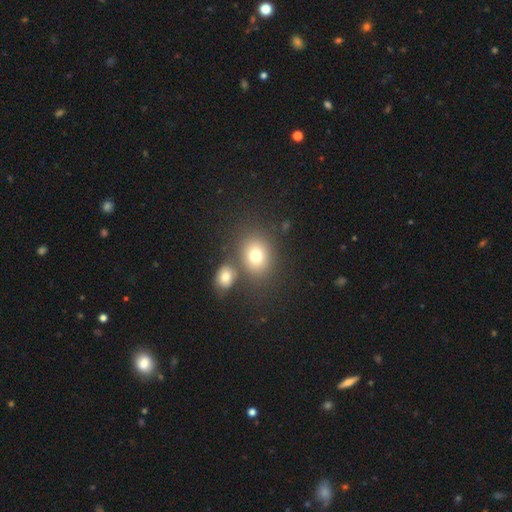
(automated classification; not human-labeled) A smooth galaxy with no disk features (75%) that is round (51%). Merging: none (67%).